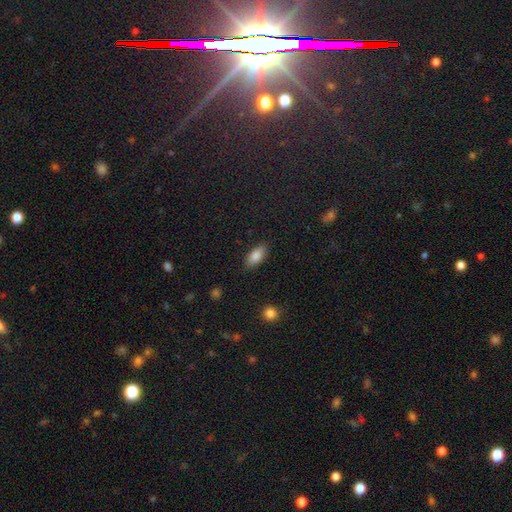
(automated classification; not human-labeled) Smooth or featured? smooth (86%)
How rounded? in between (87%)
Merging? none (86%)